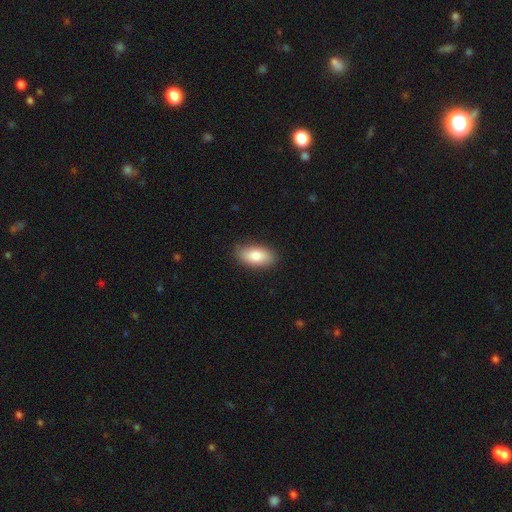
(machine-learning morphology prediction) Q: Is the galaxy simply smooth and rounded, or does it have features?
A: smooth — 82%.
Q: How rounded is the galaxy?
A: in between — 91%.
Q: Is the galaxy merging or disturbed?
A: none — 85%.